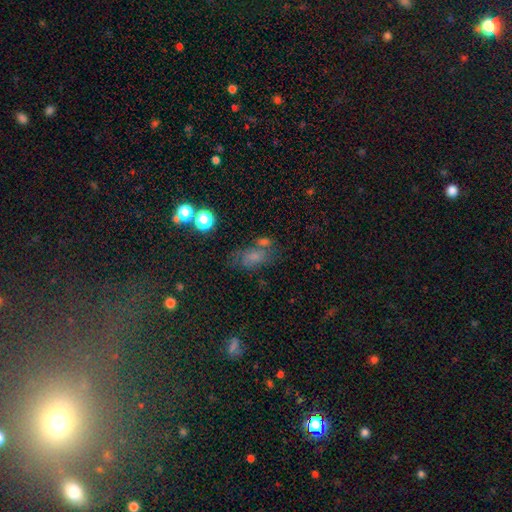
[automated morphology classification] Smooth or featured? Predicted: smooth (p=0.43). Merging? Predicted: none (p=0.52).